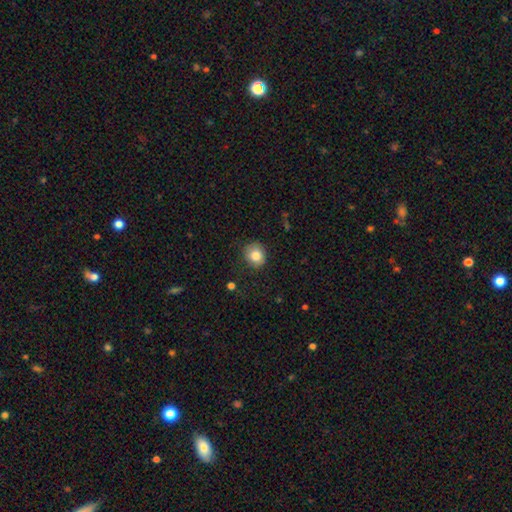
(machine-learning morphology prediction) The model was most divided on "how rounded": round: 76%, in between: 23%, cigar-shaped: 1%. More confident: smooth or featured — smooth (83%); merging — none (80%).